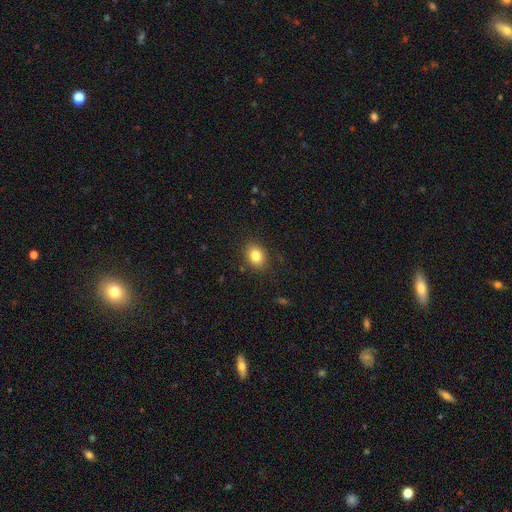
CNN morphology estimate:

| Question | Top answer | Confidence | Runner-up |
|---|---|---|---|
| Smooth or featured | smooth | 84% | star or artifact (10%) |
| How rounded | in between | 63% | round (36%) |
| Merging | none | 86% | minor disturbance (10%) |